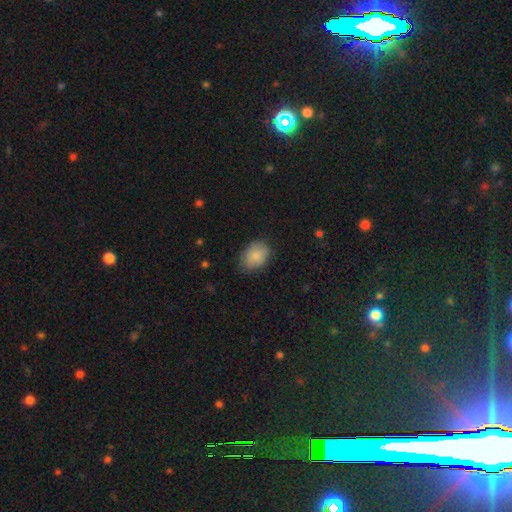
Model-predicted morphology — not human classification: smooth_or_featured: smooth (p=0.85) [alt: featured or disk p=0.08]
how_rounded: in between (p=0.73) [alt: round p=0.26]
merging: none (p=0.78) [alt: minor disturbance p=0.18]